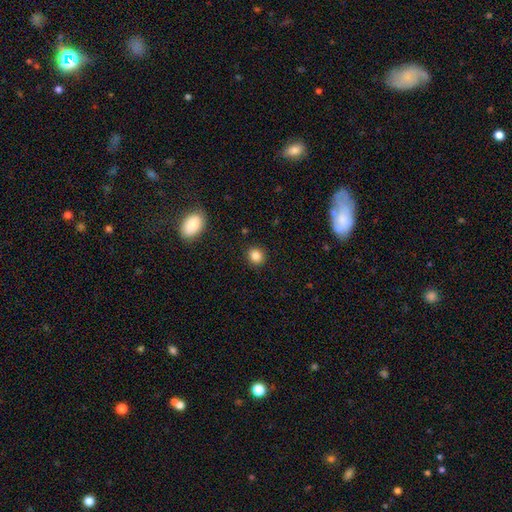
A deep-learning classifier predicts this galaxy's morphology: Smooth or featured? smooth (85%)
How rounded? round (82%)
Merging? none (90%)